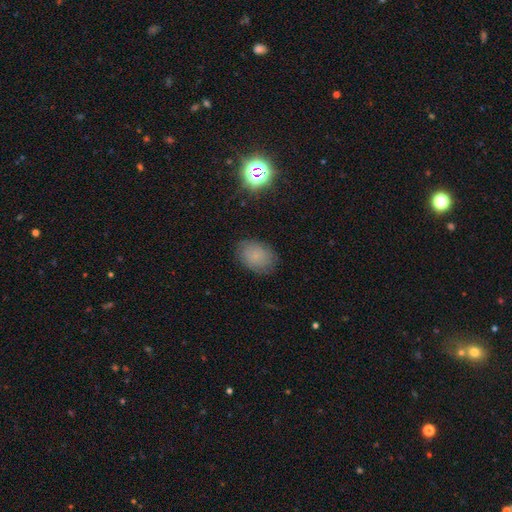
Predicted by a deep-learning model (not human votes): Smooth or featured: smooth — 69% (star or artifact — 16%)
How rounded: in between — 73% (round — 25%)
Merging: none — 80% (minor disturbance — 15%)